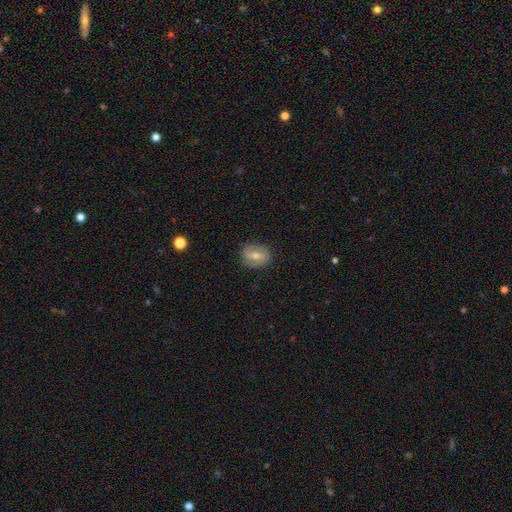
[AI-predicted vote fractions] This appears to be a featured or disk galaxy (55%) with a weak bar (43%), spiral arms (58%) and a moderate central bulge (64%). Merging: none (82%).